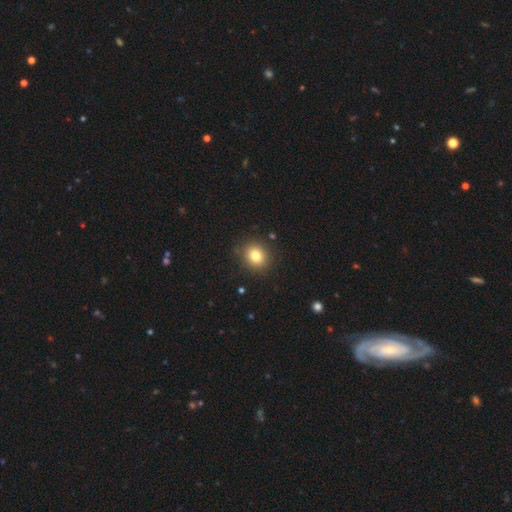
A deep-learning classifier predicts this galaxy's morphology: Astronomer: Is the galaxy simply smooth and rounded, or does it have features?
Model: smooth — 80%.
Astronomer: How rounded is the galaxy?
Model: round — 79%.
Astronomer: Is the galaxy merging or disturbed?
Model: none — 88%.